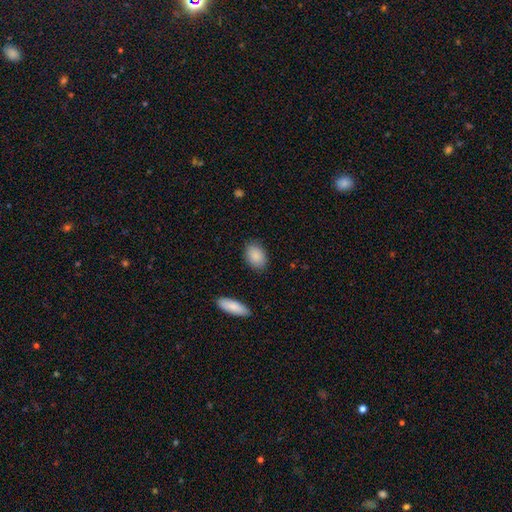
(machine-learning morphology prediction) This appears to be a smooth galaxy with no disk features (88%) that is in between round and cigar-shaped (83%). Merging: none (85%).